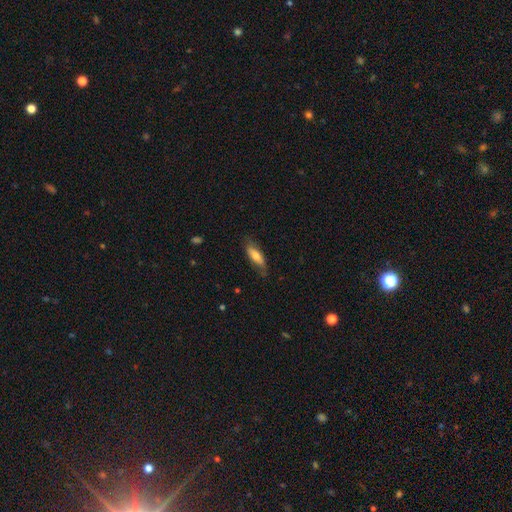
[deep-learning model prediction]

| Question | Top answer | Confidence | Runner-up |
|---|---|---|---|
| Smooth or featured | smooth | 66% | featured or disk (27%) |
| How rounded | in between | 59% | cigar-shaped (39%) |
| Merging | none | 70% | minor disturbance (23%) |